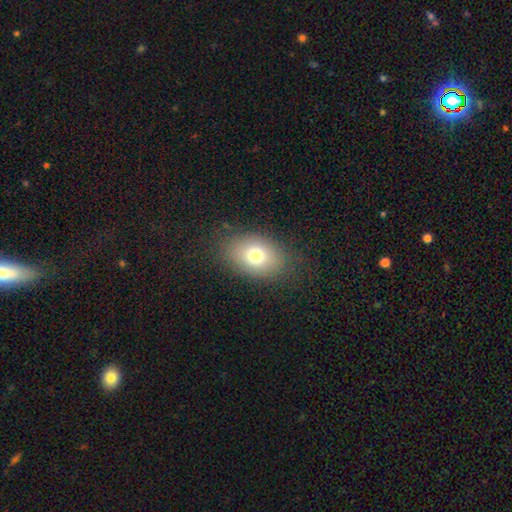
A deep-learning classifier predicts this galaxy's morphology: type=smooth (75%); roundness=in between (74%); merging=none (82%).